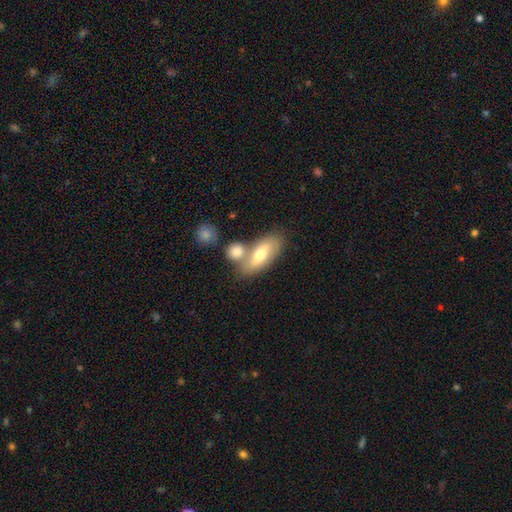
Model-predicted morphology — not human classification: smooth 54%, featured or disk 36%, star or artifact 9%. Down the decision tree: how rounded — in between (75%); merging — none (51%).